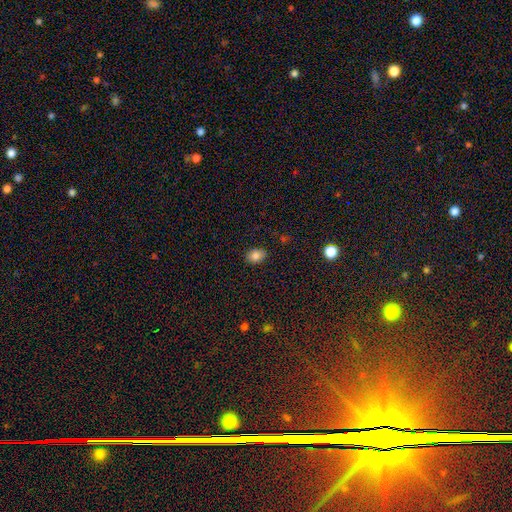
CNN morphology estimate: smooth_or_featured: smooth (p=0.82) [alt: star or artifact p=0.10]
how_rounded: in between (p=0.70) [alt: round p=0.29]
merging: none (p=0.86) [alt: minor disturbance p=0.11]